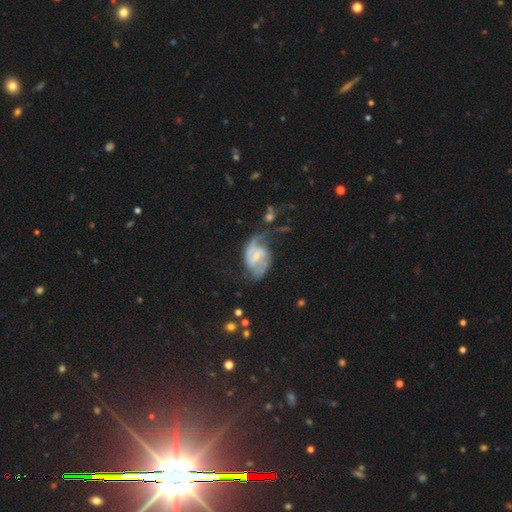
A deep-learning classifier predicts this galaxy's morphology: Smooth or featured?
  - featured or disk: 80% *
  - smooth: 13%
  - star or artifact: 7%
Edge-on disk?
  - no: 97% *
  - yes: 3%
Bar?
  - weak: 52% *
  - no: 27%
  - strong: 21%
Spiral arms?
  - yes: 91% *
  - no: 9%
Spiral winding?
  - medium: 44% *
  - loose: 38%
  - tight: 18%
Spiral arm count?
  - 2: 80% *
  - can't tell: 9%
  - 1: 6%
  - 3: 2%
  - 4: 1%
  - more than 4: 1%
Bulge size?
  - small: 53% *
  - moderate: 28%
  - none: 15%
  - large: 3%
  - dominant: 1%
Merging?
  - none: 42% *
  - major disturbance: 29%
  - minor disturbance: 22%
  - merger: 8%